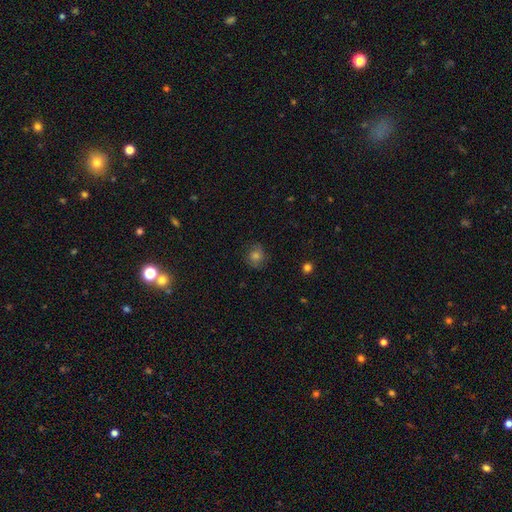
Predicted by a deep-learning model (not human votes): smooth_or_featured: smooth (p=0.62) [alt: star or artifact p=0.19]
how_rounded: round (p=0.82) [alt: in between p=0.17]
merging: none (p=0.80) [alt: minor disturbance p=0.14]